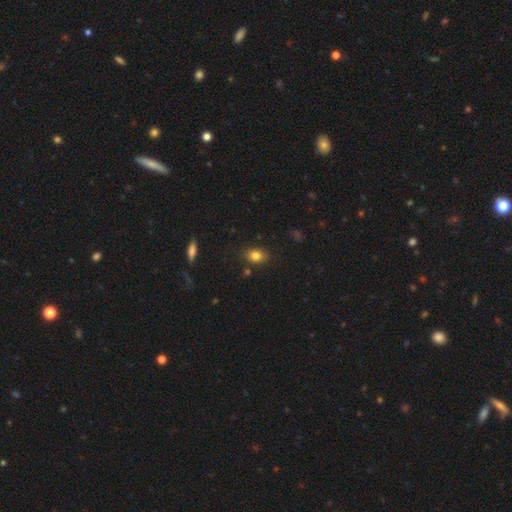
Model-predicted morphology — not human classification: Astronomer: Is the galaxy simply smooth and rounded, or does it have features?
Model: smooth — 83%.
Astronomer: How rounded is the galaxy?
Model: in between — 73%.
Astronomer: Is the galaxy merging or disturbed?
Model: none — 83%.